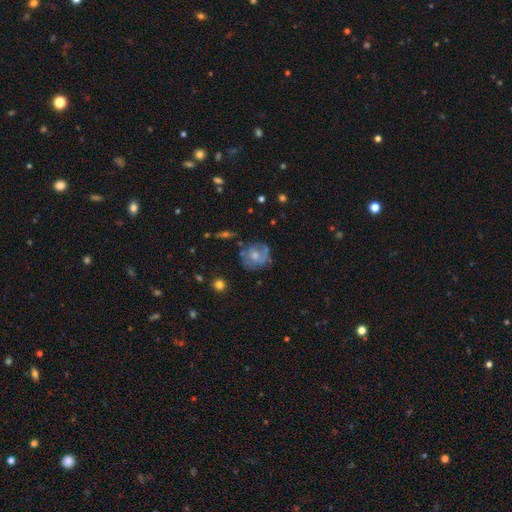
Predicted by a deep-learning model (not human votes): A smooth galaxy with no disk features (46%). Merging: none (59%).